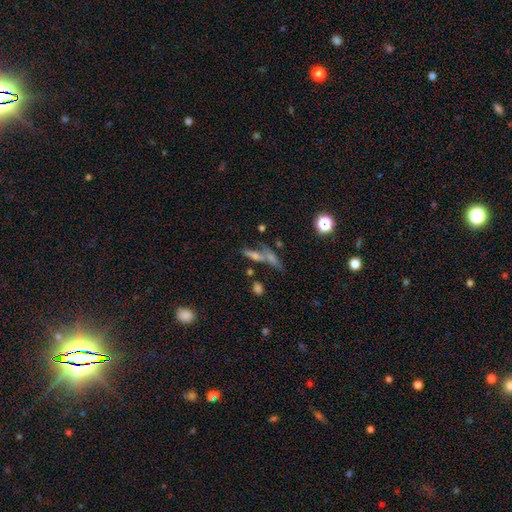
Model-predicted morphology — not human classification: The model was most divided on "smooth or featured": smooth: 41%, featured or disk: 40%, star or artifact: 20%. Remaining: merging — none (46%).